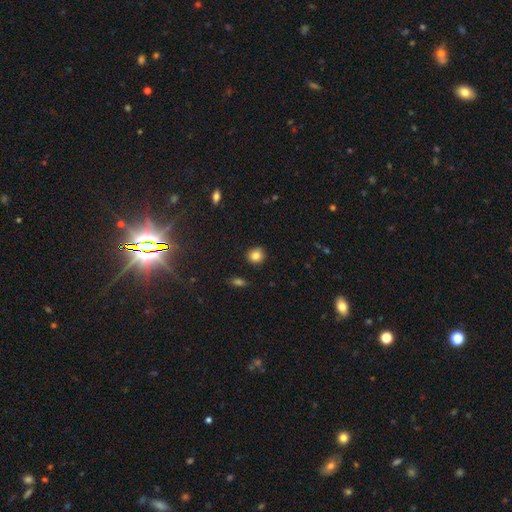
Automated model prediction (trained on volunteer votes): Smooth or featured: smooth — 83% (star or artifact — 11%)
How rounded: round — 87% (in between — 12%)
Merging: none — 88% (minor disturbance — 8%)